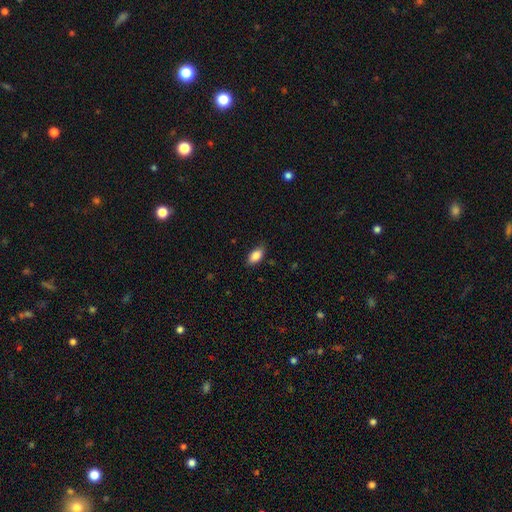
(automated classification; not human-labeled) Smooth or featured? smooth (87%)
How rounded? in between (91%)
Merging? none (83%)